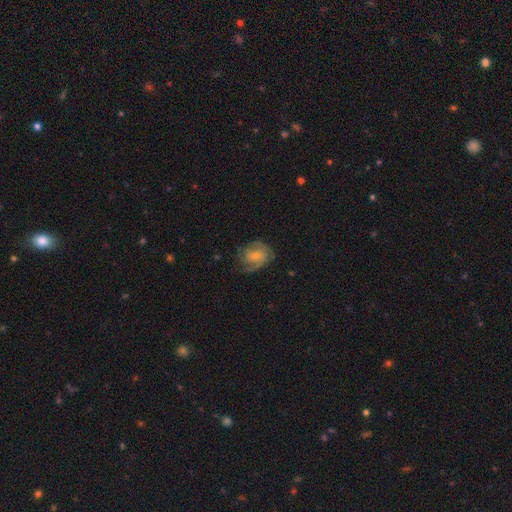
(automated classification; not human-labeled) A featured or disk galaxy (72%) with no bar (57%), 2 (35%) tight (46%) spiral arms (90%) and a small central bulge (55%).

Vote fractions:
- Smooth or featured? featured or disk: 72% / smooth: 20% / star or artifact: 8%
- Edge-on disk? no: 97% / yes: 3%
- Bar? no: 57% / weak: 37% / strong: 6%
- Spiral arms? yes: 90% / no: 10%
- Spiral winding? tight: 46% / medium: 41% / loose: 14%
- Spiral arm count? 2: 35% / can't tell: 28% / 3: 20% / 1: 8% / 4: 5% / more than 4: 4%
- Bulge size? small: 55% / moderate: 37% / none: 4% / large: 2% / dominant: 1%
- Merging? none: 65% / minor disturbance: 21% / major disturbance: 12% / merger: 1%